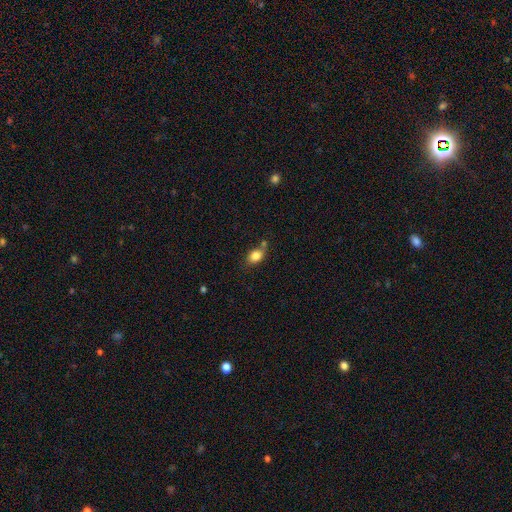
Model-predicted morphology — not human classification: The model was most divided on "merging": none: 59%, minor disturbance: 19%, merger: 16%, major disturbance: 6%. More confident: smooth or featured — smooth (83%); how rounded — in between (71%).